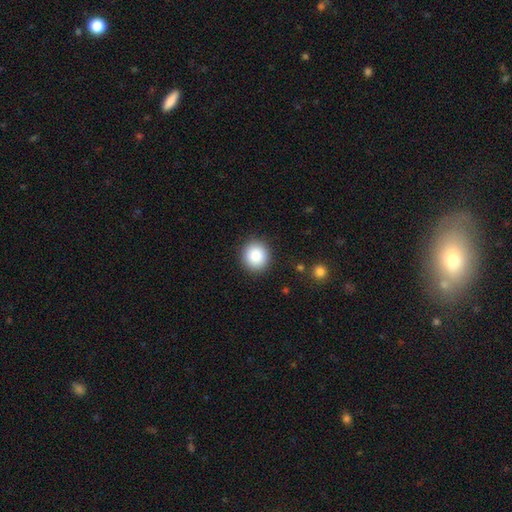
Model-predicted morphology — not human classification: type=smooth (87%); roundness=round (86%); merging=none (90%).